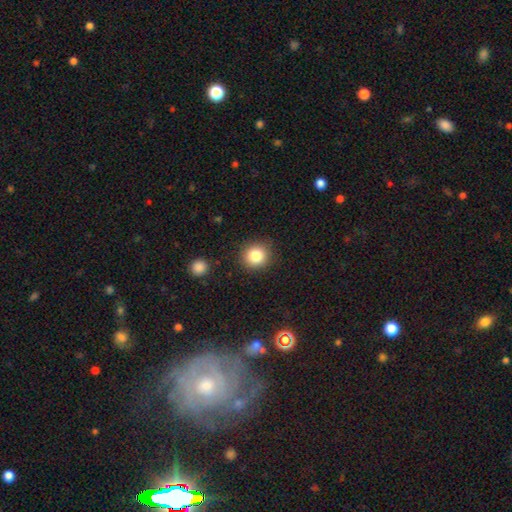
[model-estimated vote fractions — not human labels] smooth-or-featured: smooth: 82% | star or artifact: 11% | featured or disk: 7%
  how-rounded: round: 90% | in between: 10% | cigar-shaped: 1%
  merging: none: 88% | minor disturbance: 7% | major disturbance: 3% | merger: 2%